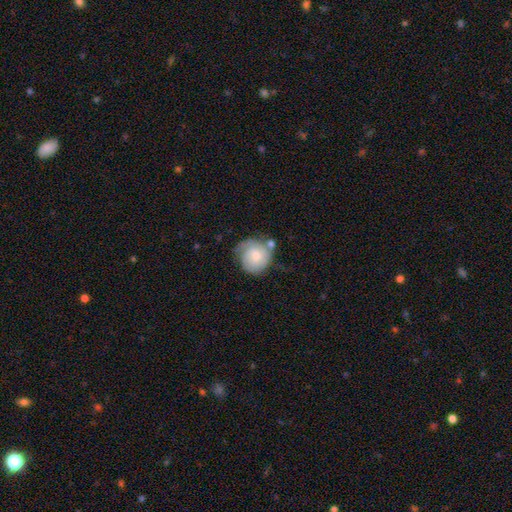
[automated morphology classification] The model was most divided on "smooth or featured": featured or disk: 49%, smooth: 45%, star or artifact: 6%. Remaining: merging — none (49%).